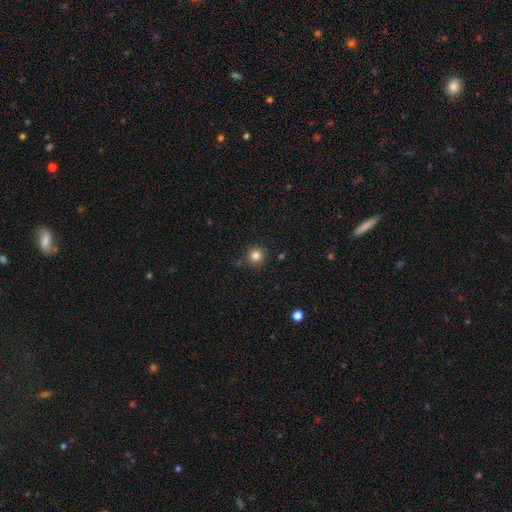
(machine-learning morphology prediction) Overall: smooth (83%). How rounded: round (94%). Merging: none (87%).